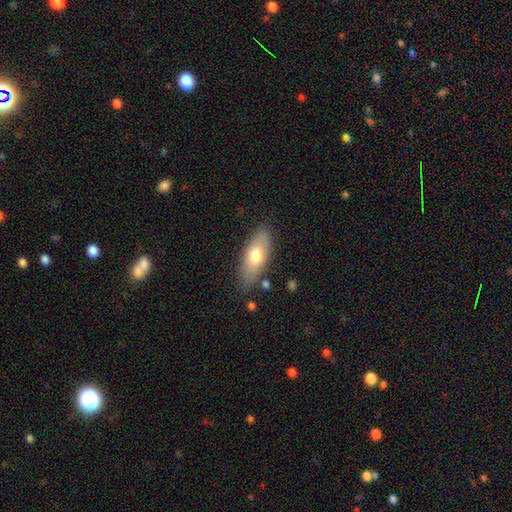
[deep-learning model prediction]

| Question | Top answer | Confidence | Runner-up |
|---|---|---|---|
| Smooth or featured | smooth | 67% | featured or disk (26%) |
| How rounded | in between | 79% | cigar-shaped (18%) |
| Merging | none | 81% | minor disturbance (14%) |